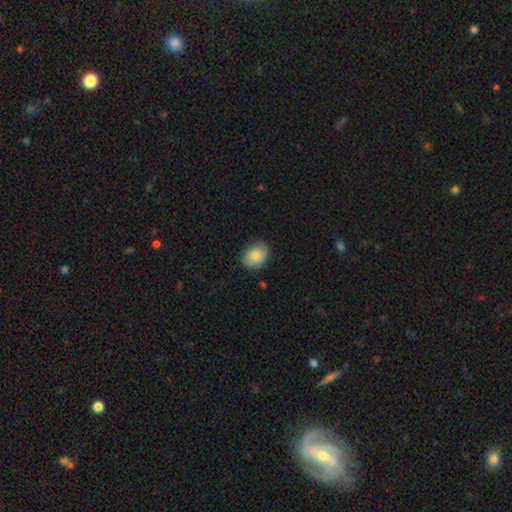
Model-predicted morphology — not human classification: smooth 82%, featured or disk 11%, star or artifact 7%. Down the decision tree: how rounded — in between (54%); merging — none (80%).